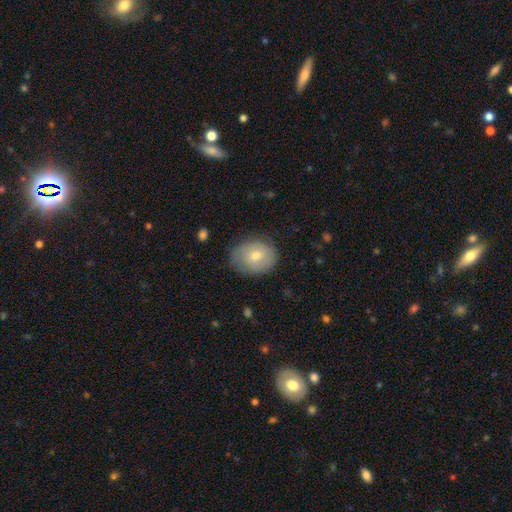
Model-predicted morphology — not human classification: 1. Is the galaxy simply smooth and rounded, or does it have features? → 67% smooth, 25% featured or disk, 8% star or artifact.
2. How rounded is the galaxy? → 50% round, 49% in between, 1% cigar-shaped.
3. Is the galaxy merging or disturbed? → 74% none, 20% minor disturbance, 4% major disturbance, 1% merger.